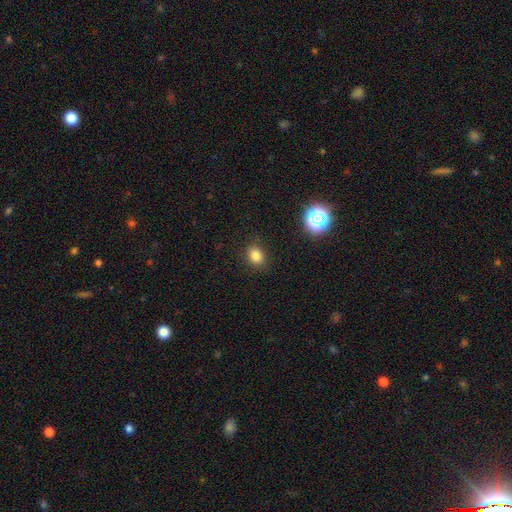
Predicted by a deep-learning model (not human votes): Overall: smooth (81%). How rounded: in between (51%; round 48%). Merging: none (86%).